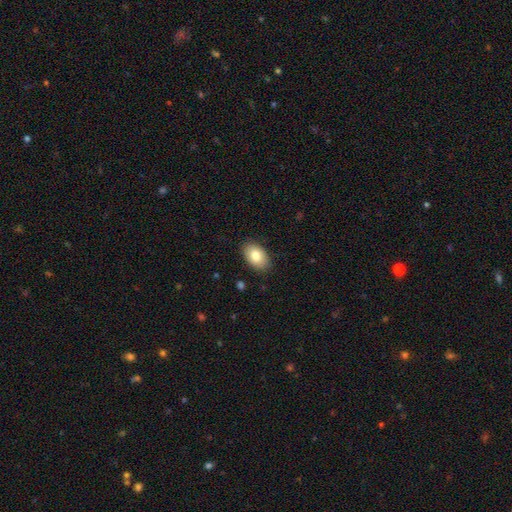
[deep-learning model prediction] Morphology: type=smooth (81%); roundness=in between (90%); merging=none (87%).